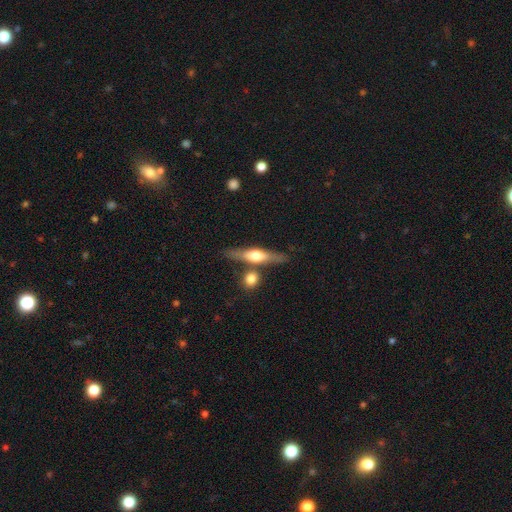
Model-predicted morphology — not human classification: Smooth or featured?
  - featured or disk: 60% *
  - smooth: 34%
  - star or artifact: 6%
Edge-on disk?
  - yes: 93% *
  - no: 7%
Edge-on bulge?
  - rounded: 91% *
  - boxy: 6%
  - none: 4%
Merging?
  - none: 71% *
  - merger: 15%
  - minor disturbance: 11%
  - major disturbance: 3%